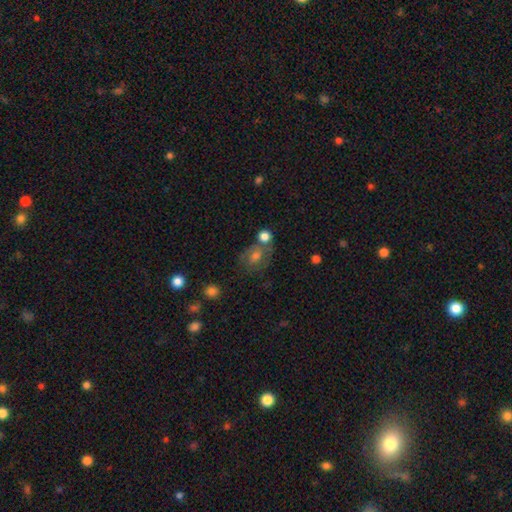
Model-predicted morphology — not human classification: This appears to be a featured or disk galaxy (45%). Merging: none (56%).